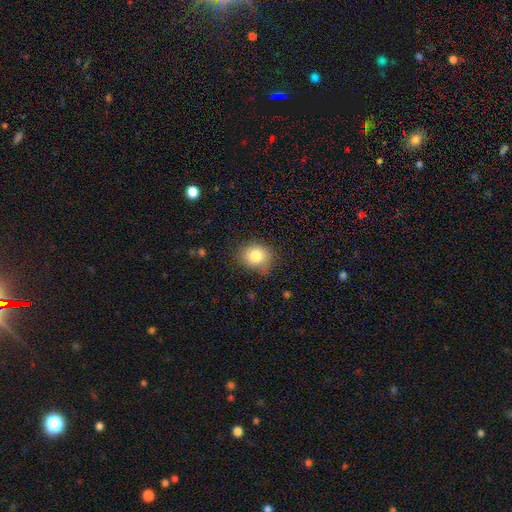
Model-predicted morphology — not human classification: Smooth or featured? smooth (81%)
How rounded? round (69%)
Merging? none (76%)